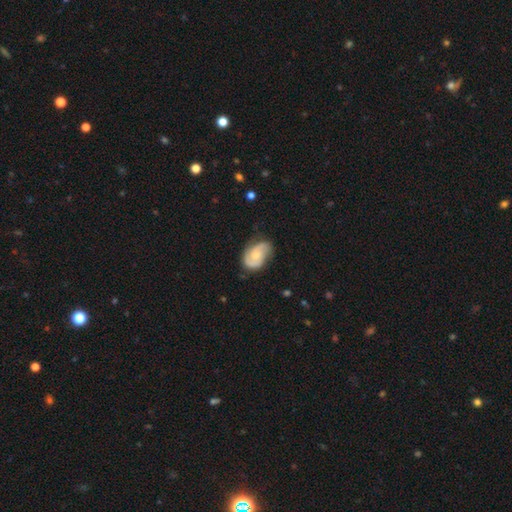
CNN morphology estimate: Smooth or featured: featured or disk — 69% (smooth — 25%)
Edge-on disk: no — 97% (yes — 3%)
Bar: no — 66% (weak — 29%)
Spiral arms: yes — 92% (no — 8%)
Spiral winding: medium — 47% (tight — 31%)
Spiral arm count: 2 — 81% (can't tell — 9%)
Bulge size: small — 49% (moderate — 40%)
Merging: none — 63% (minor disturbance — 26%)